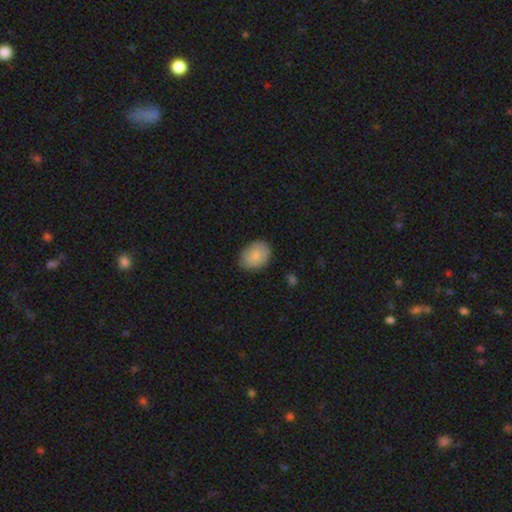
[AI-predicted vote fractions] Smooth or featured? Predicted: smooth (p=0.81). How rounded? Predicted: in between (p=0.67). Merging? Predicted: none (p=0.83).